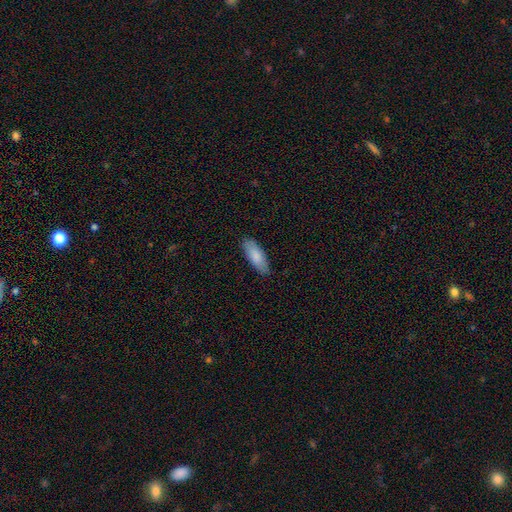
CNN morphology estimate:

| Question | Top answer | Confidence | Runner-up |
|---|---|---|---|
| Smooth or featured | smooth | 84% | featured or disk (11%) |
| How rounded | in between | 76% | cigar-shaped (22%) |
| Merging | none | 83% | minor disturbance (14%) |